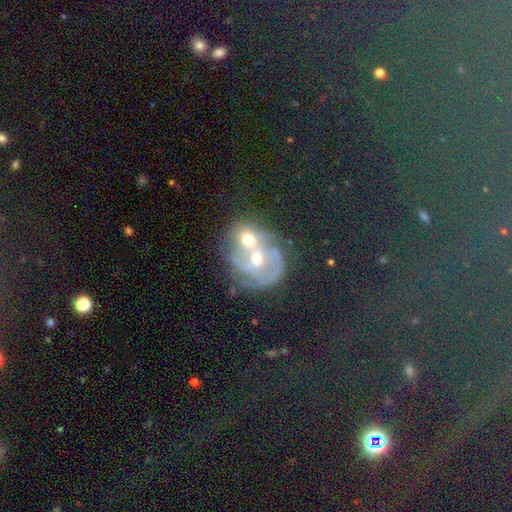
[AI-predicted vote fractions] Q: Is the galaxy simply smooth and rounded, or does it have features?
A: featured or disk — 55%.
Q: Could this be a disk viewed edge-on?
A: no — 97%.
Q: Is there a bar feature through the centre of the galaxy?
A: no — 78%.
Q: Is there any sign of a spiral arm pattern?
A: no — 53%.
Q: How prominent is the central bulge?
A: moderate — 60%.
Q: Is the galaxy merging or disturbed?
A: merger — 69%.